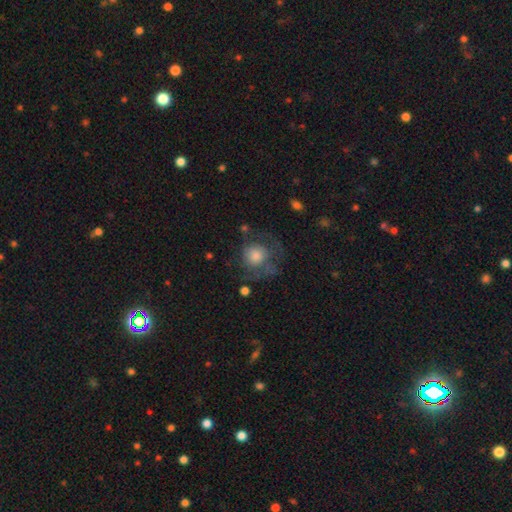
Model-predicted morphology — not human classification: smooth_or_featured: smooth (p=0.56) [alt: featured or disk p=0.33]
how_rounded: round (p=0.85) [alt: in between p=0.14]
merging: none (p=0.50) [alt: major disturbance p=0.27]